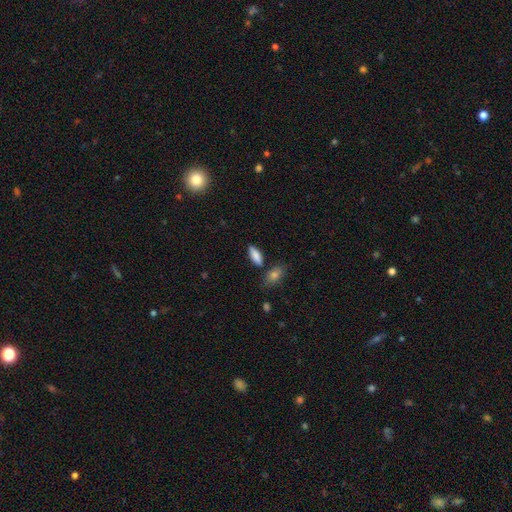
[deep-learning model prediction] smooth 85%, featured or disk 9%, star or artifact 7%. Down the decision tree: how rounded — in between (71%); merging — none (76%).